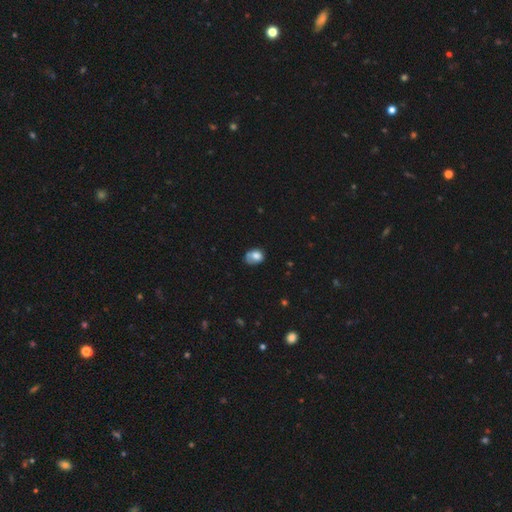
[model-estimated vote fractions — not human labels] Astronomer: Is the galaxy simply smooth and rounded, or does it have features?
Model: smooth — 70%.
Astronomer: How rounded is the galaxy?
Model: in between — 58% (runner-up: round, 41%).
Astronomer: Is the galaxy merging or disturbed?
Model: none — 40% (runner-up: minor disturbance, 32%).